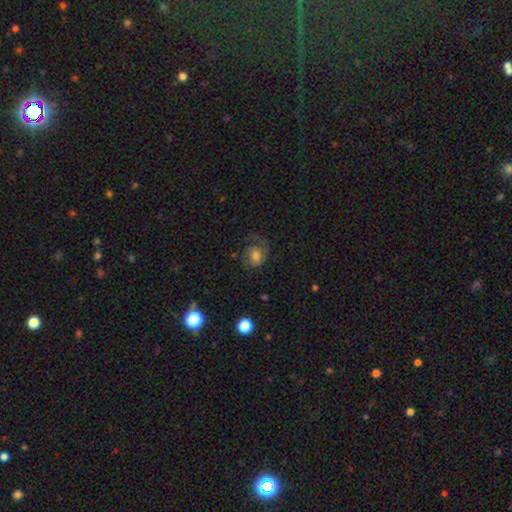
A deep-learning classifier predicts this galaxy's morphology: Q: Smooth or featured?
A: featured or disk (49%); runner-up: smooth (40%)
Q: Merging?
A: none (52%); runner-up: major disturbance (25%)